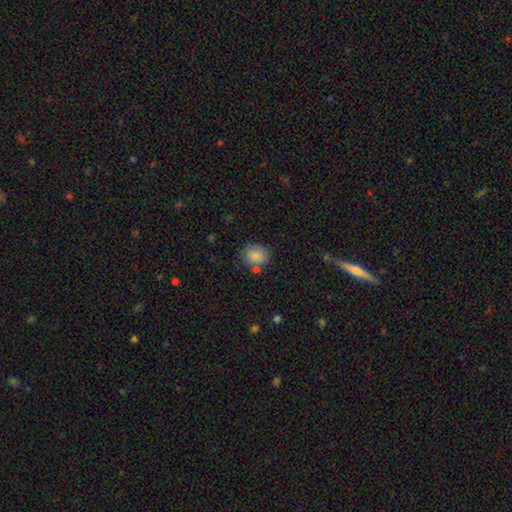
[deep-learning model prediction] Smooth or featured? smooth (87%)
How rounded? round (62%)
Merging? none (73%)